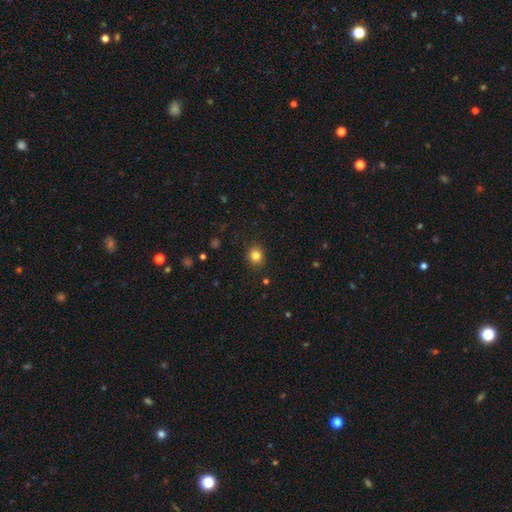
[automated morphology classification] This is clearly a smooth galaxy (83%). How rounded: clearly round (81%). Merging: clearly none (89%).